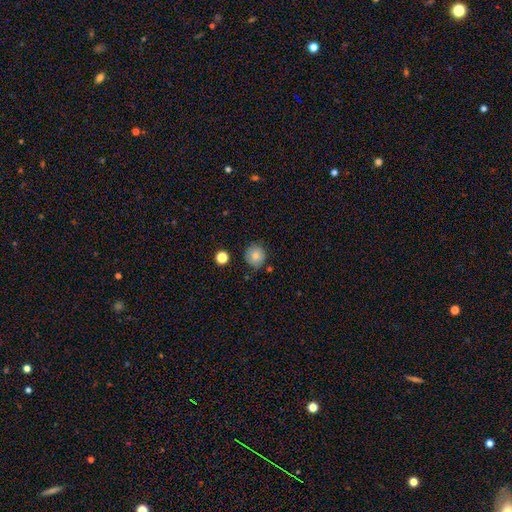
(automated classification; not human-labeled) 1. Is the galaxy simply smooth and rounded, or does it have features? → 78% smooth, 13% featured or disk, 10% star or artifact.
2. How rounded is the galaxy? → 89% round, 10% in between, 1% cigar-shaped.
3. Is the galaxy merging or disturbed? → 78% none, 16% minor disturbance, 3% major disturbance, 3% merger.